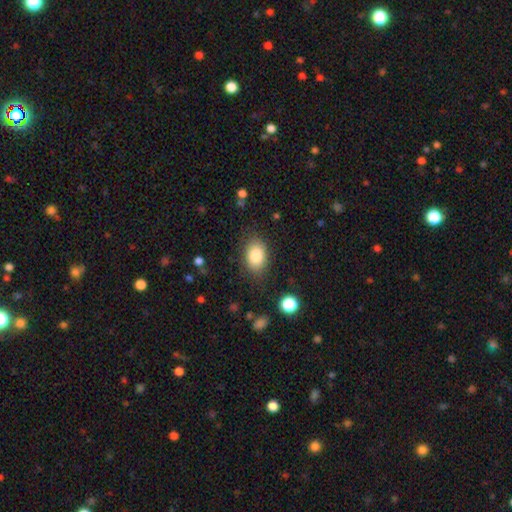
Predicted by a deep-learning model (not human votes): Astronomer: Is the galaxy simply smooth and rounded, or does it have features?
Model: smooth — 83%.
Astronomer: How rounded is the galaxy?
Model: in between — 82%.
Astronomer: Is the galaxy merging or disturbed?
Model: none — 81%.